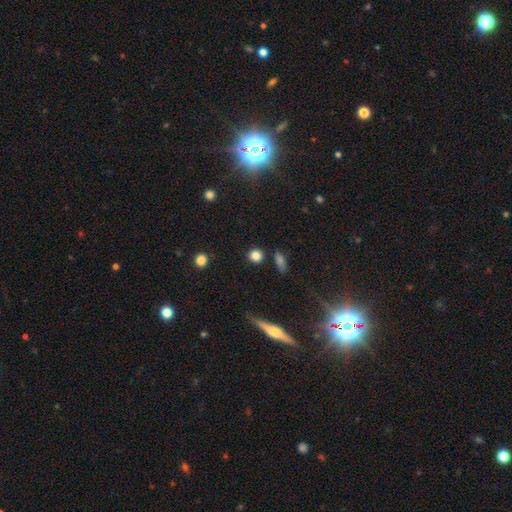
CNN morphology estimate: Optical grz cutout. It shows a smooth galaxy with no disk features (84%) that is round (87%). Merging: none (85%).